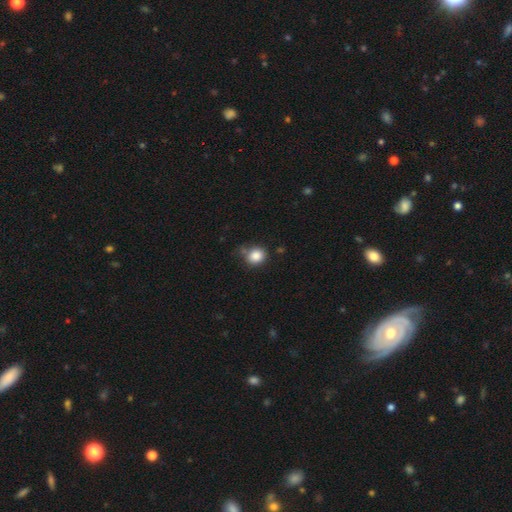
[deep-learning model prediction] Smooth or featured? Predicted: smooth (p=0.86). How rounded? Predicted: round (p=0.77). Merging? Predicted: none (p=0.66).